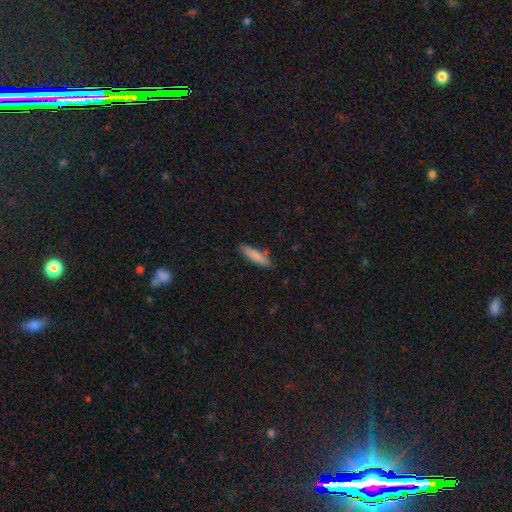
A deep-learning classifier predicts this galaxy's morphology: The model was most divided on "how rounded": cigar-shaped: 80%, in between: 19%, round: 1%. More confident: smooth or featured — smooth (83%); merging — none (83%).